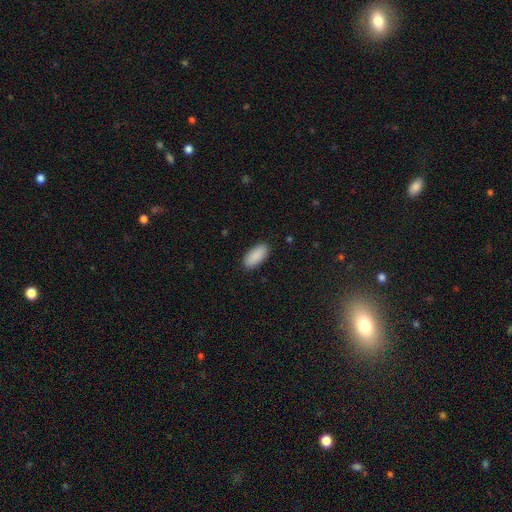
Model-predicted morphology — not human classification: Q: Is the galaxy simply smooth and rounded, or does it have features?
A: smooth — 91%.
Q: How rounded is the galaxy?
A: in between — 91%.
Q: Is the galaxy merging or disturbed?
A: none — 90%.